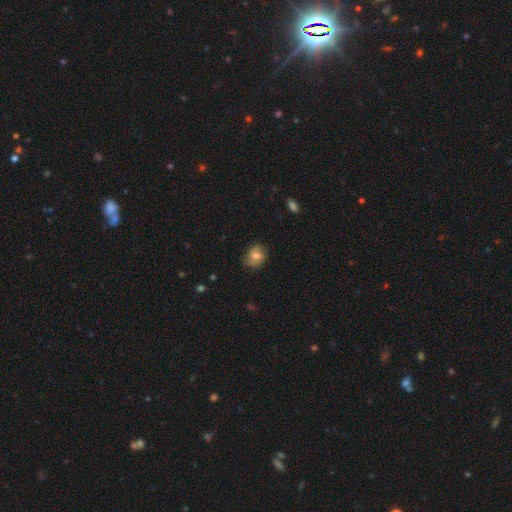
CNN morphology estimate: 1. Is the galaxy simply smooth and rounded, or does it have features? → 67% smooth, 23% featured or disk, 10% star or artifact.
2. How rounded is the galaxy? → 60% round, 39% in between, 1% cigar-shaped.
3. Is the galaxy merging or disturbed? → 73% none, 21% minor disturbance, 5% major disturbance, 1% merger.